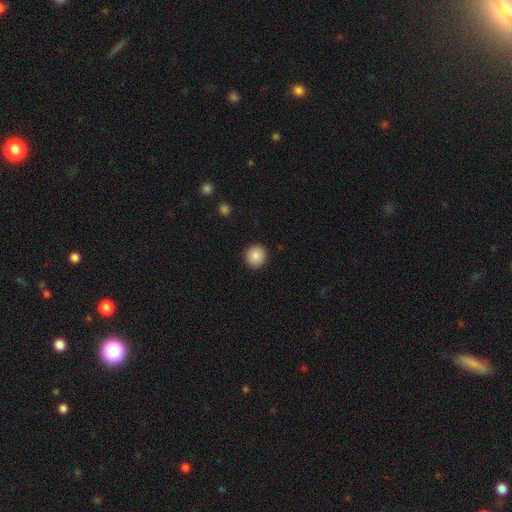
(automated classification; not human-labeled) A smooth galaxy with no disk features (88%) that is round (94%). Merging: none (92%).